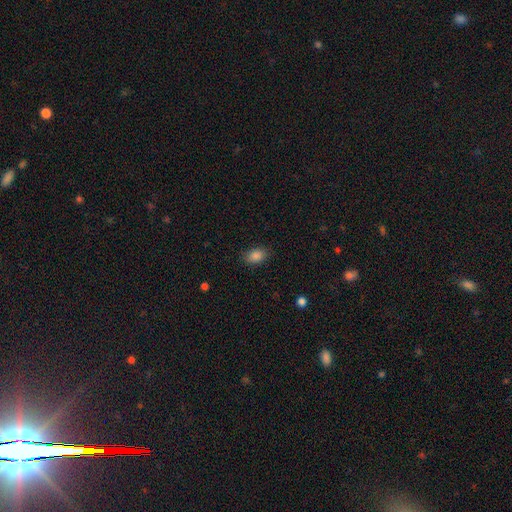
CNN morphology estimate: Smooth or featured? smooth (86%)
How rounded? in between (82%)
Merging? none (86%)